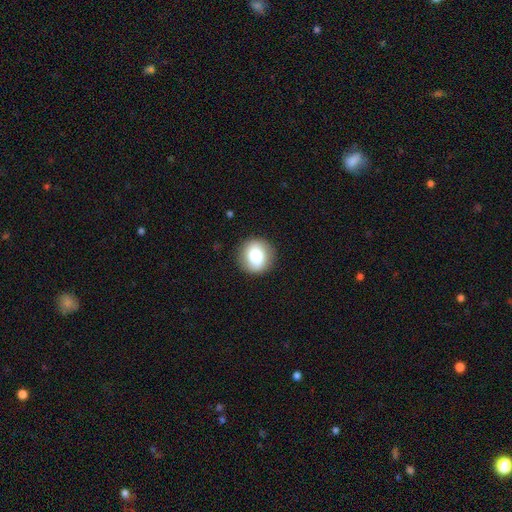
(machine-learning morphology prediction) Smooth or featured? Predicted: smooth (p=0.75). How rounded? Predicted: round (p=0.91). Merging? Predicted: none (p=0.89).